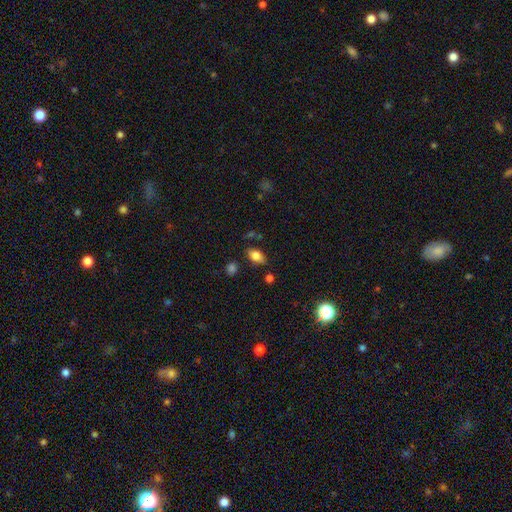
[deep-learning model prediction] This is likely a smooth galaxy (78%). How rounded: clearly in between (88%). Merging: likely none (79%).